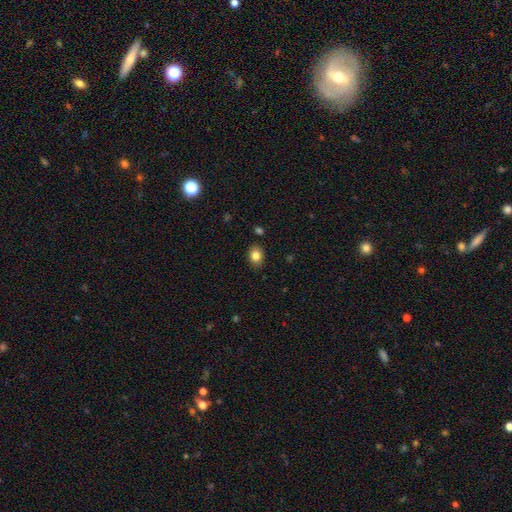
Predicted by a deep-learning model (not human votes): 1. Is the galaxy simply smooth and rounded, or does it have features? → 83% smooth, 10% star or artifact, 7% featured or disk.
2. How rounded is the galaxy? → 65% in between, 34% round, 1% cigar-shaped.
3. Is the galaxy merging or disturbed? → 86% none, 10% minor disturbance, 2% major disturbance, 2% merger.